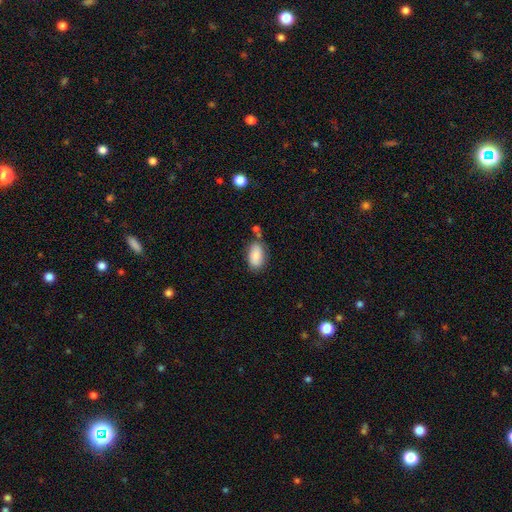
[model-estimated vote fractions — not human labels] Smooth or featured? Predicted: smooth (p=0.83). How rounded? Predicted: in between (p=0.93). Merging? Predicted: none (p=0.67).